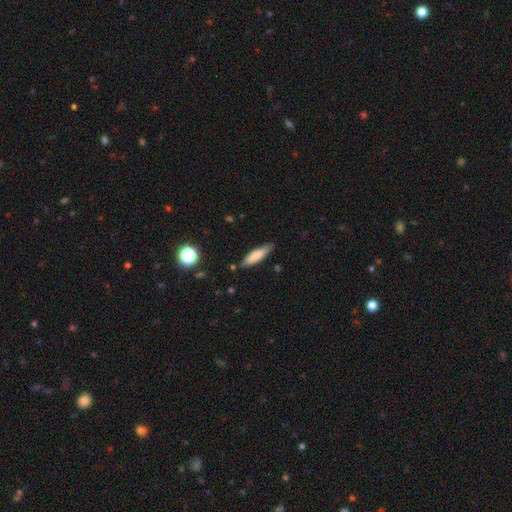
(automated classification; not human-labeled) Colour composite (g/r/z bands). It shows a smooth galaxy with no disk features (75%) that is cigar-shaped (68%). Merging: none (81%).